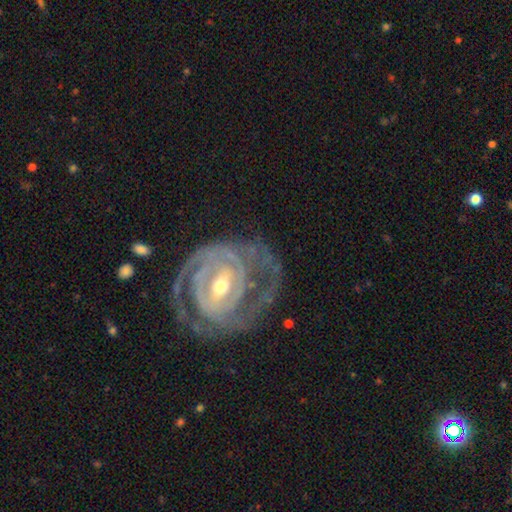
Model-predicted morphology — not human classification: Smooth or featured? featured or disk (90%)
Edge-on disk? no (97%)
Bar? weak (41%)
Spiral arms? yes (95%)
Spiral winding? tight (72%)
Spiral arm count? 2 (48%)
Bulge size? moderate (59%)
Merging? none (68%)